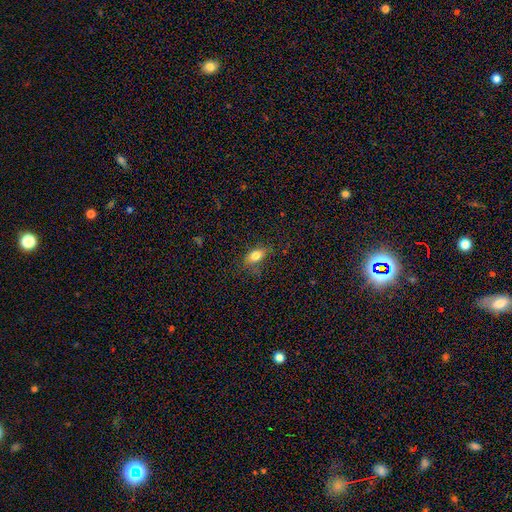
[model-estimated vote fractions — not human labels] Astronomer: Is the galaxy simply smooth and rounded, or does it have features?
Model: smooth — 80%.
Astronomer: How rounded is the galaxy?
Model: in between — 83%.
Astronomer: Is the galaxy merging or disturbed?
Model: none — 72%.